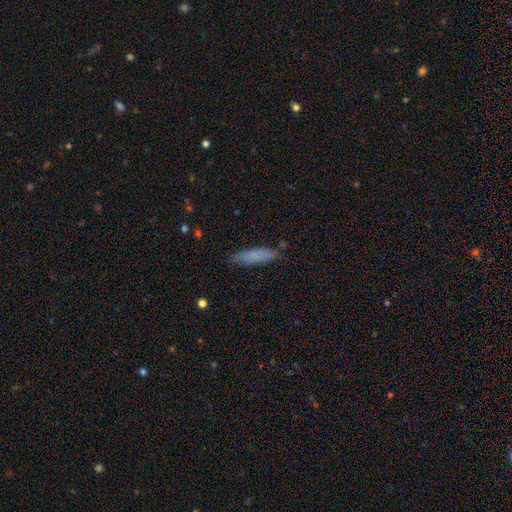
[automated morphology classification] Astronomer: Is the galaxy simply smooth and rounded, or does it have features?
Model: smooth — 76%.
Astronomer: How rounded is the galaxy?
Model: cigar-shaped — 76%.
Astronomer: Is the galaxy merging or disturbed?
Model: none — 78%.